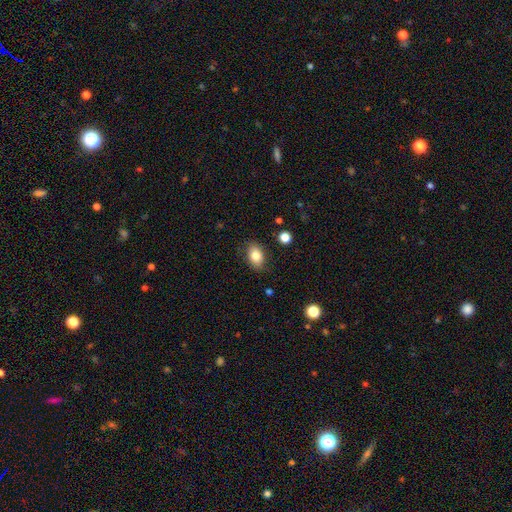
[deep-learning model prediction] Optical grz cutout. It shows a smooth galaxy with no disk features (83%) that is in between round and cigar-shaped (81%). Merging: none (83%).